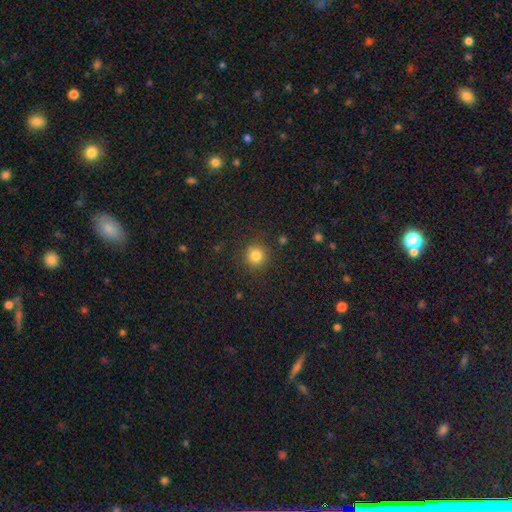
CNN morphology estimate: smooth-or-featured: smooth: 83% | star or artifact: 12% | featured or disk: 5%
  how-rounded: round: 93% | in between: 6% | cigar-shaped: 1%
  merging: none: 90% | minor disturbance: 6% | major disturbance: 3% | merger: 1%